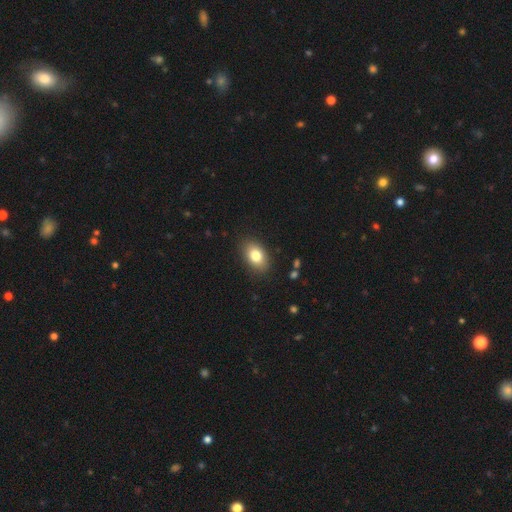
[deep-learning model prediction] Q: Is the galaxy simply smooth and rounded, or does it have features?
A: smooth — 81%.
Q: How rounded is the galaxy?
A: in between — 88%.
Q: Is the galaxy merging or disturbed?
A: none — 87%.